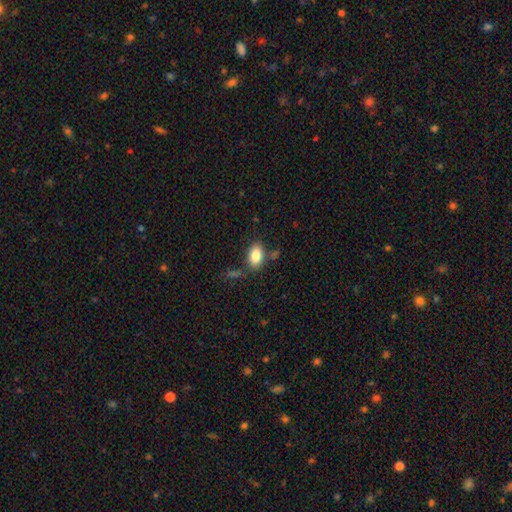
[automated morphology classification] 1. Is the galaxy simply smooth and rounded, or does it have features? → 84% smooth, 8% featured or disk, 8% star or artifact.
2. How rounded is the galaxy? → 89% in between, 9% round, 2% cigar-shaped.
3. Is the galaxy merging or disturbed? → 74% none, 14% minor disturbance, 8% merger, 4% major disturbance.